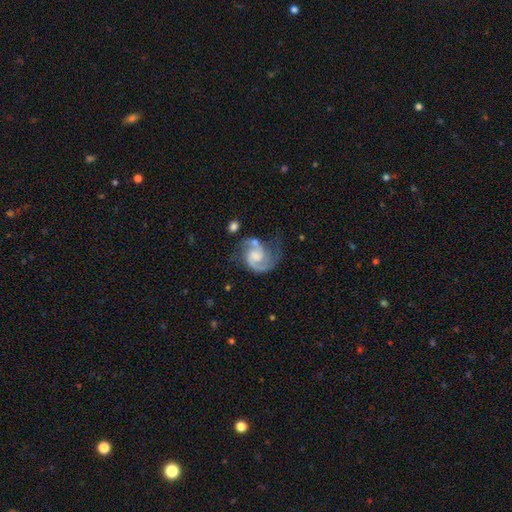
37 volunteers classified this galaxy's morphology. This appears to be a featured or disk galaxy (84%) with no bar (68%), 2 (81%) medium (55%) spiral arms (100%) and no central bulge (39%). Merging: none (47%).